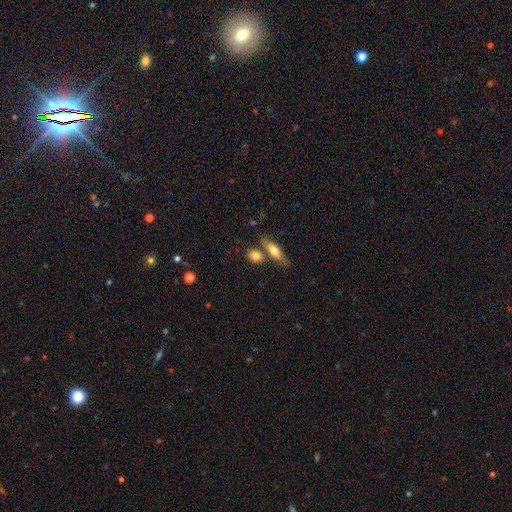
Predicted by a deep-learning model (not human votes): Smooth or featured: smooth — 79% (featured or disk — 13%)
How rounded: round — 46% (in between — 42%)
Merging: none — 62% (merger — 24%)